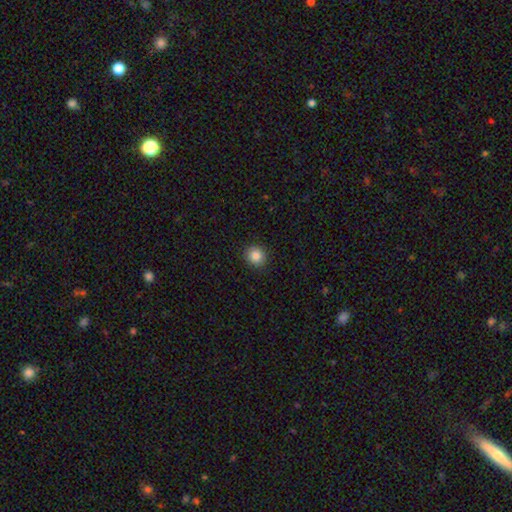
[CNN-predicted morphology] Overall: smooth (86%). How rounded: round (87%). Merging: none (91%).